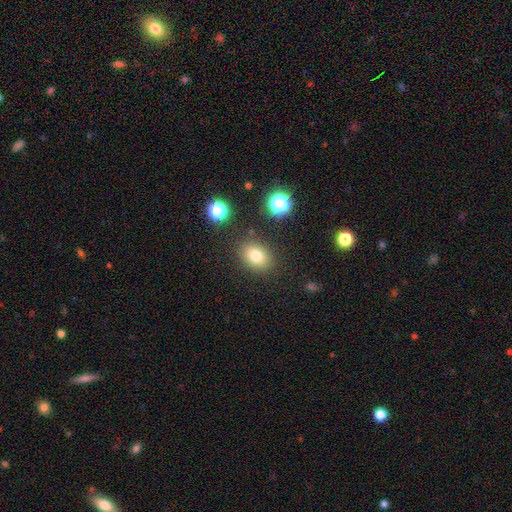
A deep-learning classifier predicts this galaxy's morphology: Smooth or featured? smooth (78%)
How rounded? in between (61%)
Merging? none (84%)